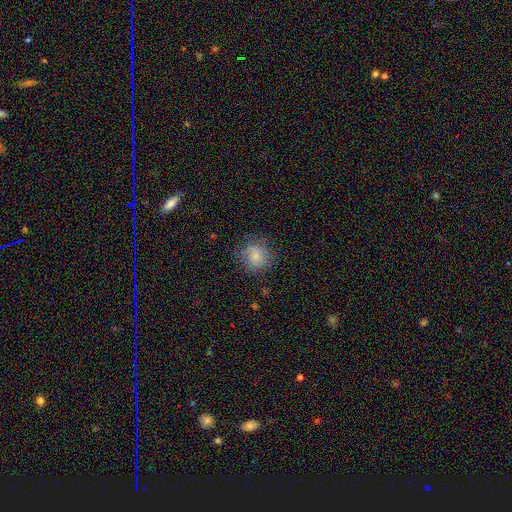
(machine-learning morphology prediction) type=smooth (76%); roundness=round (84%); merging=none (74%).